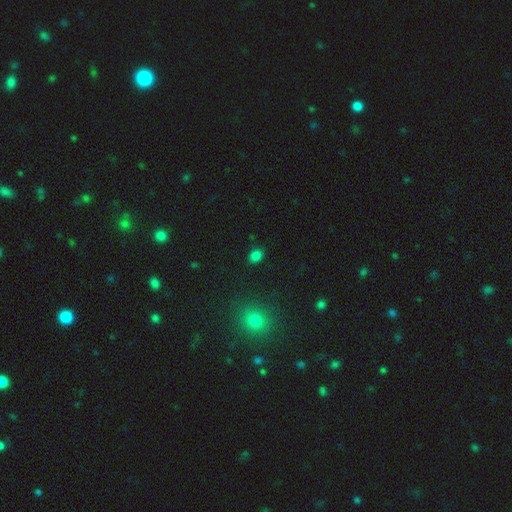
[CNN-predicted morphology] This appears to be a smooth galaxy with no disk features (81%) that is in between round and cigar-shaped (62%). Merging: none (87%).